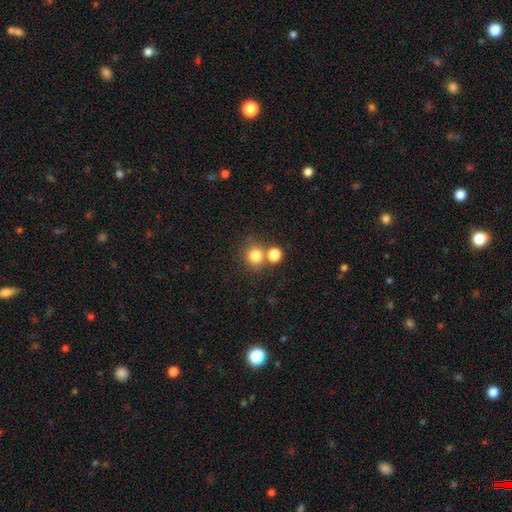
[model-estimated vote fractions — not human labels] A smooth galaxy with no disk features (80%) that is round (86%). Merging: none (58%).